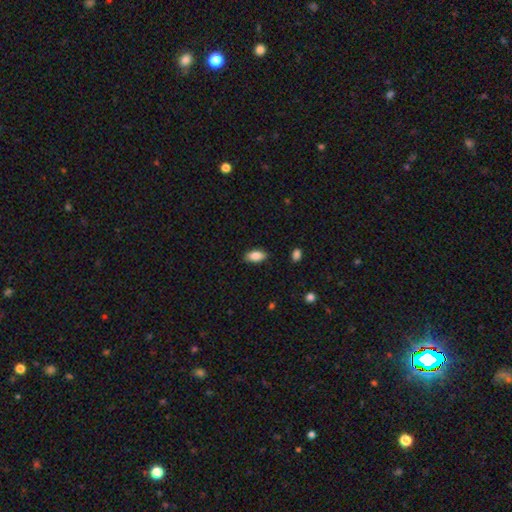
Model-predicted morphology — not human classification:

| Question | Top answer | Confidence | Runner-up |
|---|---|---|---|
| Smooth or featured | smooth | 87% | star or artifact (7%) |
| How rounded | in between | 92% | cigar-shaped (5%) |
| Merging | none | 87% | minor disturbance (10%) |